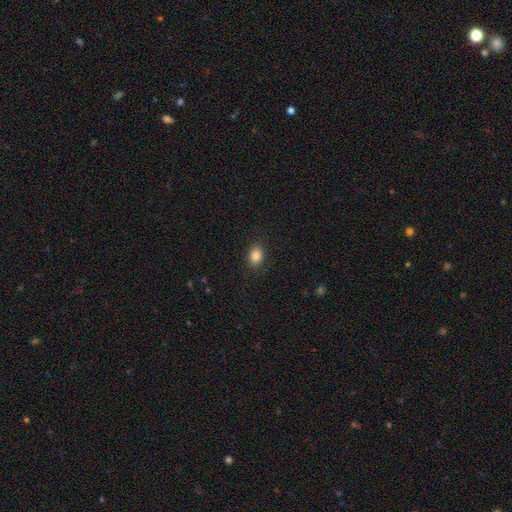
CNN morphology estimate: Overall: smooth (86%). How rounded: in between (73%). Merging: none (88%).